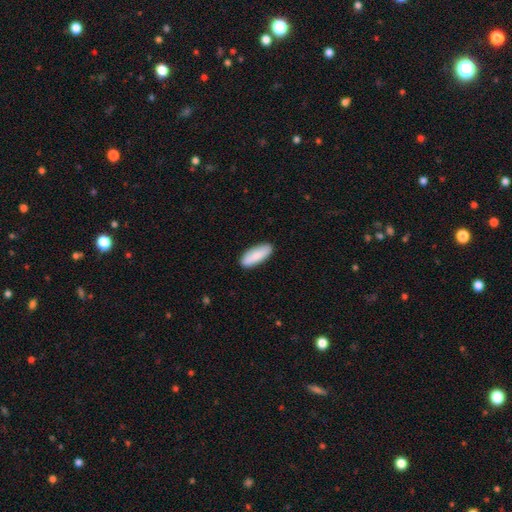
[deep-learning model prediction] Smooth or featured? Predicted: smooth (p=0.87). How rounded? Predicted: in between (p=0.68). Merging? Predicted: none (p=0.89).